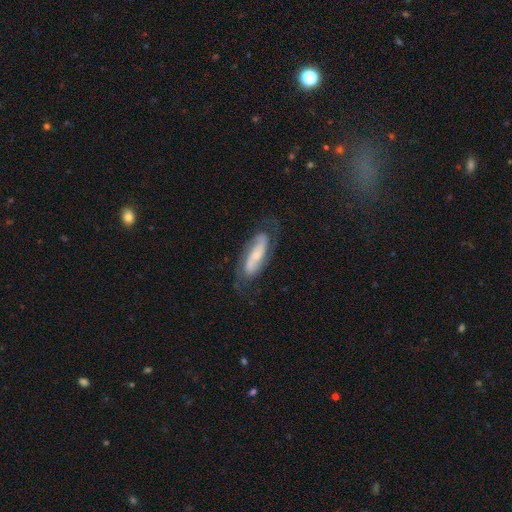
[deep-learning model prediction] This appears to be a featured or disk galaxy (76%) with no bar (43%), 2 (83%) medium (43%) spiral arms (93%) and a small central bulge (64%). Merging: none (71%).